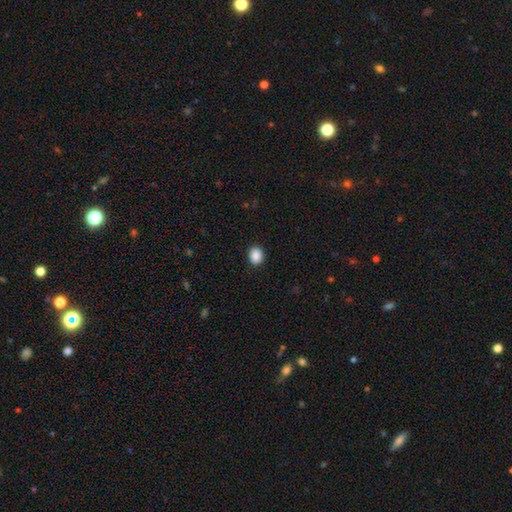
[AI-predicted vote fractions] This appears to be a smooth galaxy with no disk features (89%) that is round (54%). Merging: none (90%).